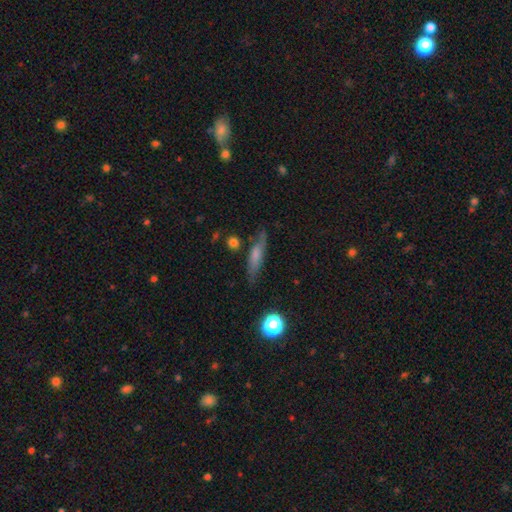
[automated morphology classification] The model was most divided on "smooth or featured": smooth: 51%, featured or disk: 39%, star or artifact: 11%. More confident: how rounded — cigar-shaped (73%); merging — none (73%).